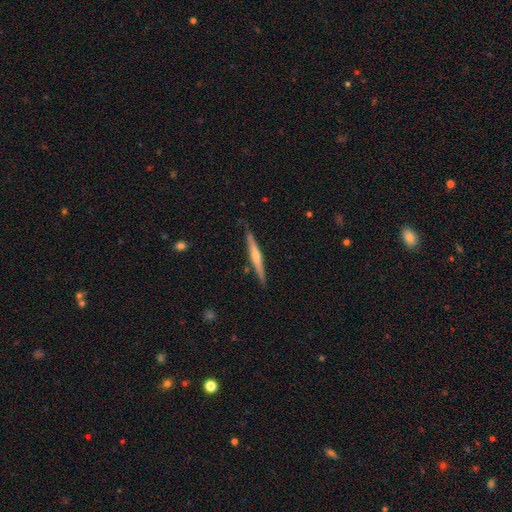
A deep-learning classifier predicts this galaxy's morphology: featured or disk 58%, smooth 37%, star or artifact 5%. Down the decision tree: edge-on disk — yes (97%); edge-on bulge — rounded (64%); merging — none (86%).